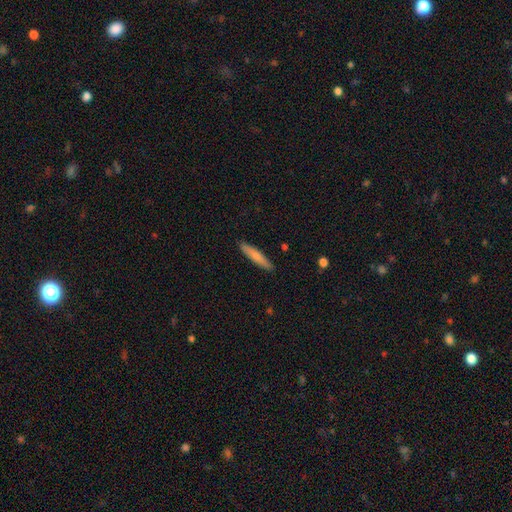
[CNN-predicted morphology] The model was most divided on "smooth or featured": smooth: 76%, featured or disk: 19%, star or artifact: 5%. More confident: how rounded — cigar-shaped (90%); merging — none (90%).